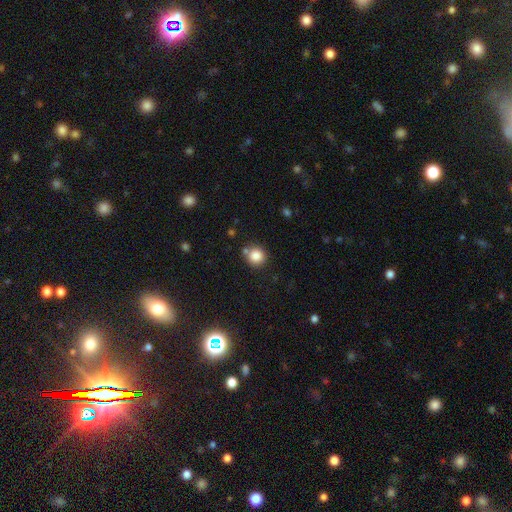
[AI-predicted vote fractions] Overall: smooth (84%). How rounded: round (90%). Merging: none (76%).